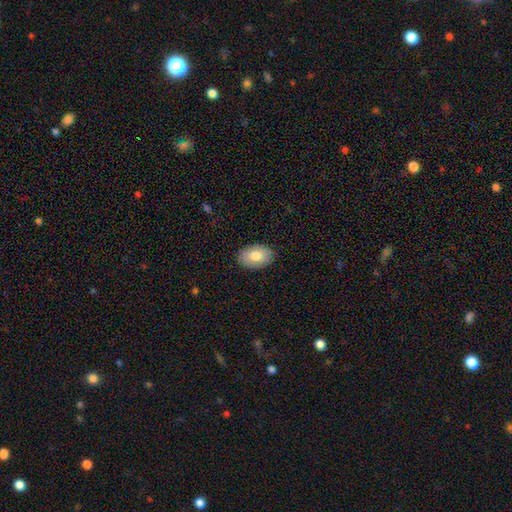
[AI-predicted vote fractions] The model was most divided on "smooth or featured": smooth: 79%, featured or disk: 14%, star or artifact: 7%. More confident: how rounded — in between (89%); merging — none (88%).